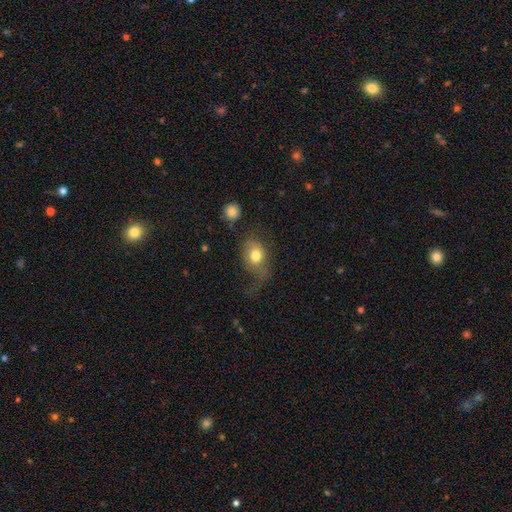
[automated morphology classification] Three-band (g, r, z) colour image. It shows a smooth galaxy with no disk features (75%) that is in between round and cigar-shaped (62%). Merging: none (36%, tied with major disturbance).